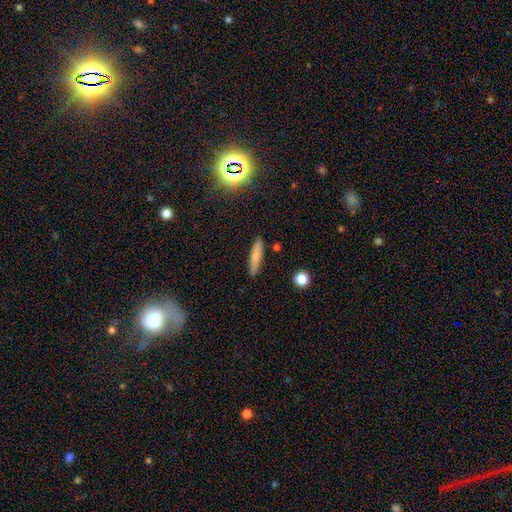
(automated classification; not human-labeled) smooth 76%, featured or disk 16%, star or artifact 8%. Down the decision tree: how rounded — cigar-shaped (87%); merging — none (88%).